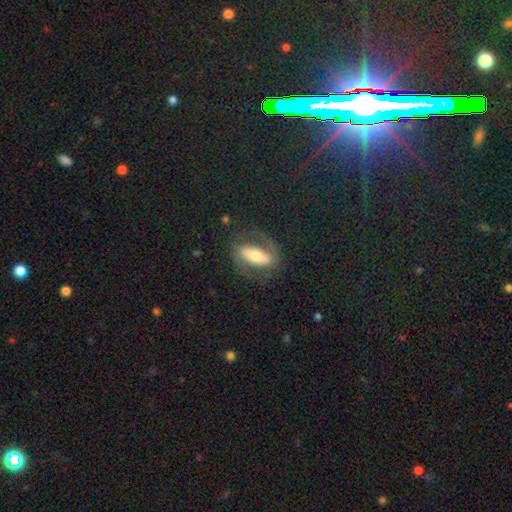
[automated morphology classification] A featured or disk galaxy (61%) with a strong bar (58%), spiral arms (70%) and a moderate central bulge (57%).

Vote fractions:
- Smooth or featured? featured or disk: 61% / smooth: 32% / star or artifact: 8%
- Edge-on disk? no: 83% / yes: 17%
- Bar? strong: 58% / no: 21% / weak: 20%
- Spiral arms? yes: 70% / no: 30%
- Bulge size? moderate: 57% / small: 23% / large: 16% / dominant: 3% / none: 2%
- Merging? none: 71% / minor disturbance: 15% / major disturbance: 13% / merger: 2%